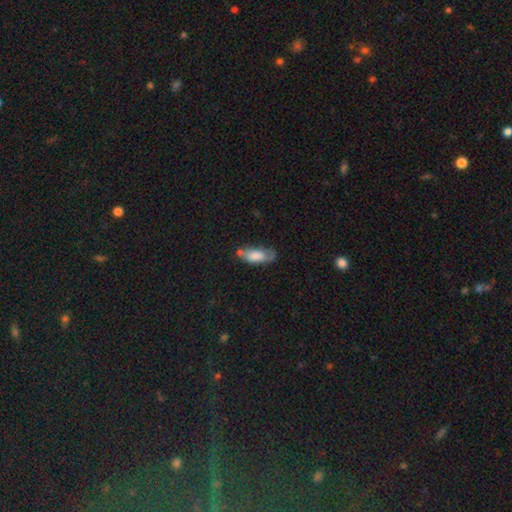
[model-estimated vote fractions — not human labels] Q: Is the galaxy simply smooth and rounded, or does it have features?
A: smooth — 69%.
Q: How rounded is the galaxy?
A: in between — 75%.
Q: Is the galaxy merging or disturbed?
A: none — 48%.